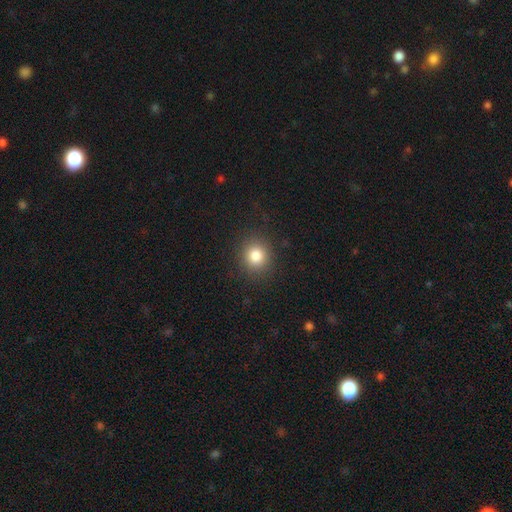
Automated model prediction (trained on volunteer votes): The model was most divided on "smooth or featured": smooth: 82%, star or artifact: 11%, featured or disk: 6%. More confident: merging — none (89%); how rounded — round (86%).